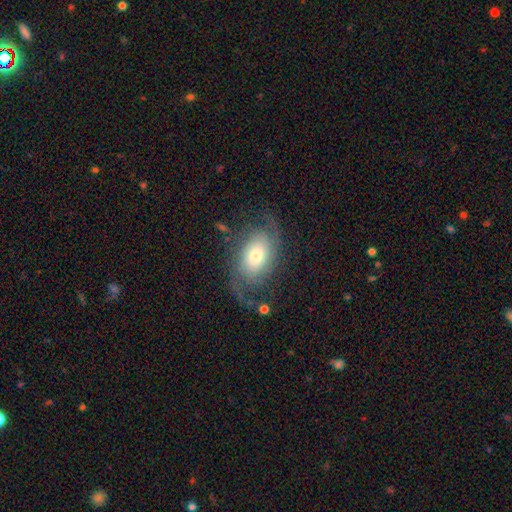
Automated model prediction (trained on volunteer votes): Smooth or featured?
  - featured or disk: 67% *
  - smooth: 26%
  - star or artifact: 7%
Edge-on disk?
  - no: 95% *
  - yes: 5%
Bar?
  - no: 72% *
  - weak: 23%
  - strong: 6%
Spiral arms?
  - yes: 91% *
  - no: 9%
Spiral winding?
  - loose: 43% *
  - medium: 38%
  - tight: 20%
Spiral arm count?
  - 2: 81% *
  - can't tell: 9%
  - 1: 4%
  - 3: 3%
  - 4: 2%
  - more than 4: 2%
Bulge size?
  - moderate: 50% *
  - large: 21%
  - small: 21%
  - dominant: 6%
  - none: 2%
Merging?
  - none: 62% *
  - minor disturbance: 19%
  - major disturbance: 17%
  - merger: 2%